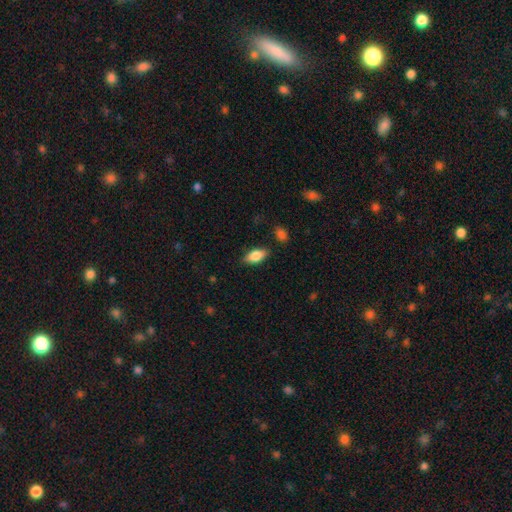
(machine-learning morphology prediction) This is clearly a smooth galaxy (82%). How rounded: clearly in between (88%). Merging: clearly none (84%).